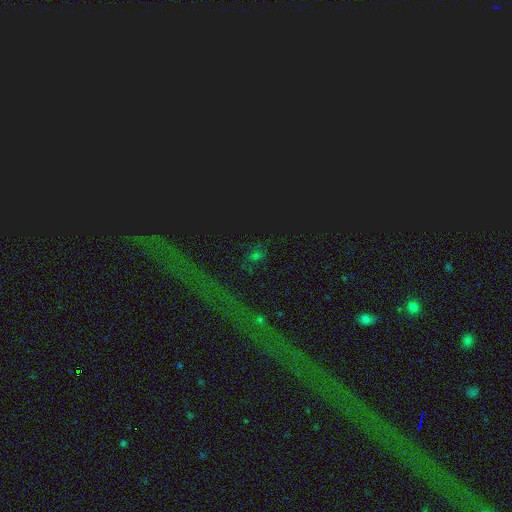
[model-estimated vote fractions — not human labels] Smooth or featured? star or artifact (67%)